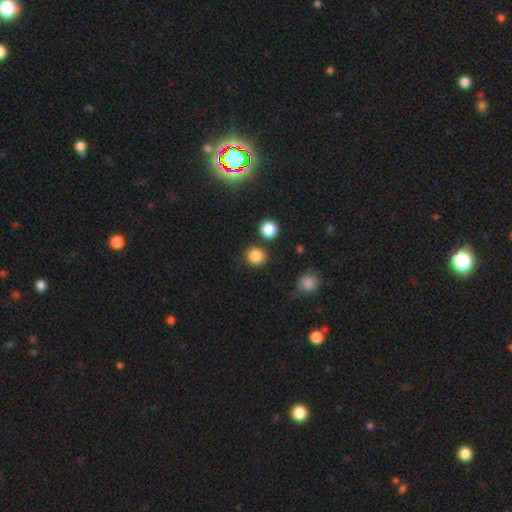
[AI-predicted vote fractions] smooth_or_featured: smooth (p=0.85) [alt: star or artifact p=0.11]
how_rounded: round (p=0.89) [alt: in between p=0.10]
merging: none (p=0.83) [alt: minor disturbance p=0.08]